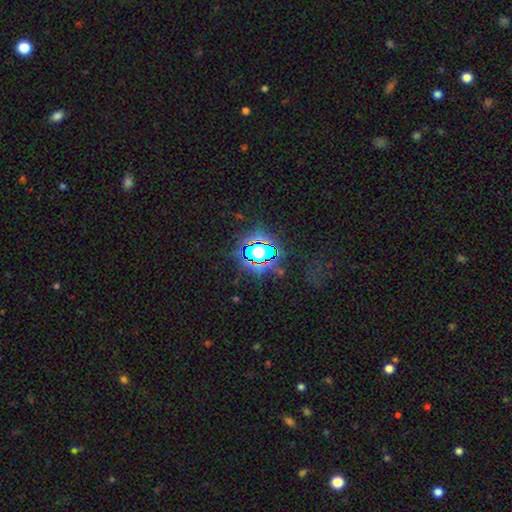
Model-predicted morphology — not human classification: Q: Smooth or featured?
A: star or artifact (65%); runner-up: smooth (23%)